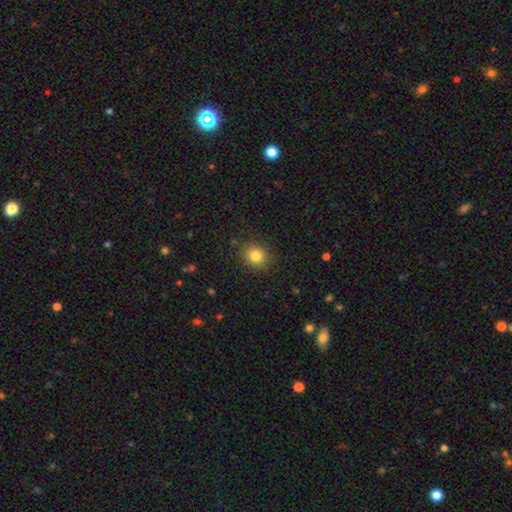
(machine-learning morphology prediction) This appears to be a smooth galaxy with no disk features (82%) that is round (71%). Merging: none (87%).